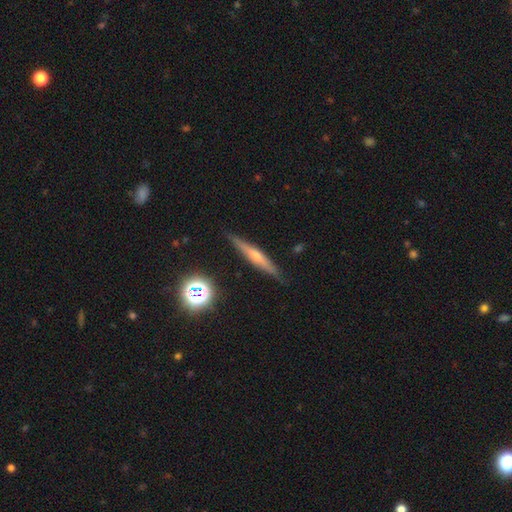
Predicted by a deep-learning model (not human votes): A featured or disk galaxy (58%) viewed edge-on (95%) with a rounded central bulge (70%). Merging: none (88%).